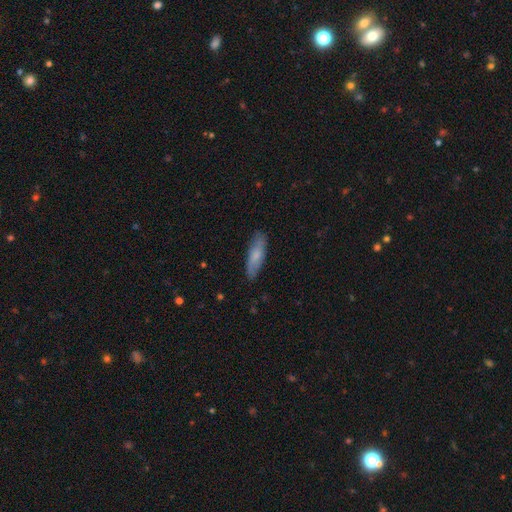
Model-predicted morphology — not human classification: The model was most divided on "how rounded": cigar-shaped: 58%, in between: 40%, round: 2%. More confident: merging — none (83%); smooth or featured — smooth (70%).